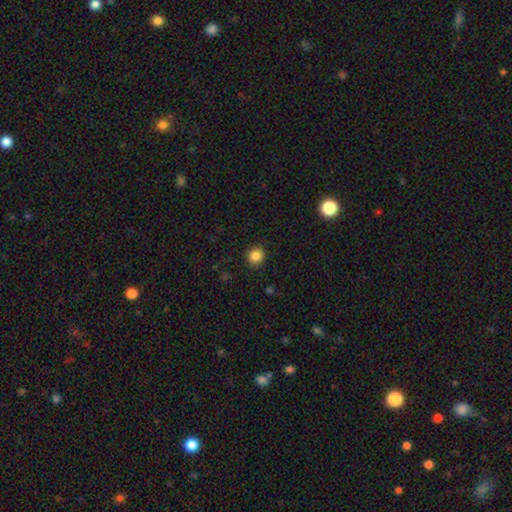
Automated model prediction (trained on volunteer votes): Smooth or featured: smooth — 86% (star or artifact — 11%)
How rounded: round — 86% (in between — 13%)
Merging: none — 90% (minor disturbance — 7%)